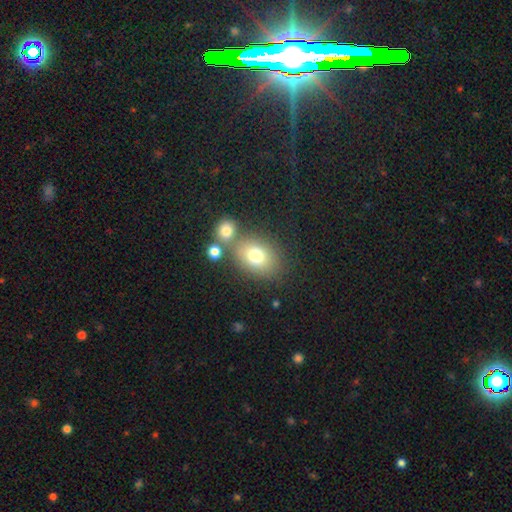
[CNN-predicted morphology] A smooth galaxy with no disk features (76%) that is in between round and cigar-shaped (62%). Merging: none (61%).